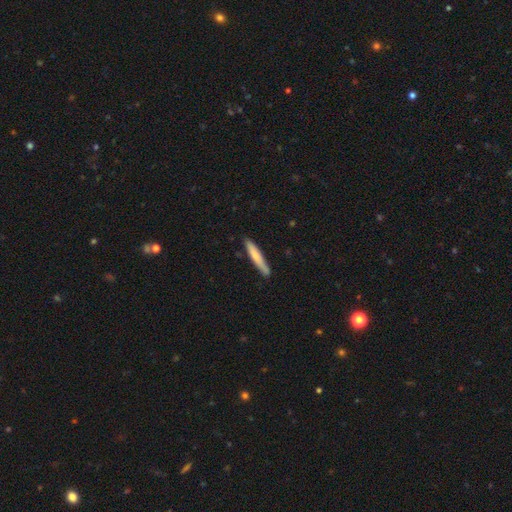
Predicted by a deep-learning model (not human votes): Smooth or featured: smooth — 70% (featured or disk — 24%)
How rounded: cigar-shaped — 93% (in between — 6%)
Merging: none — 84% (minor disturbance — 12%)